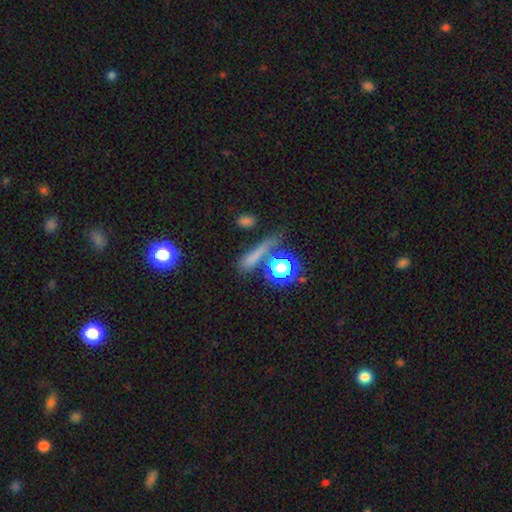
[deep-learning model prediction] Morphology: type=smooth (64%); roundness=cigar-shaped (54%); merging=none (65%).